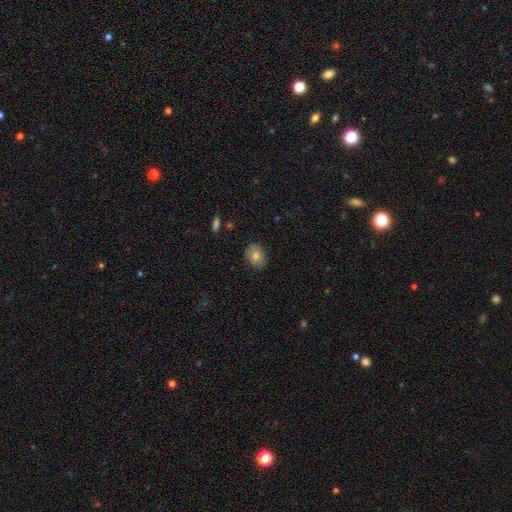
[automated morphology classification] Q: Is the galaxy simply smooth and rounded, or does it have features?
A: smooth — 76%.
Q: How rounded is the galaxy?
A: in between — 56%.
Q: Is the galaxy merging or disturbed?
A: none — 84%.